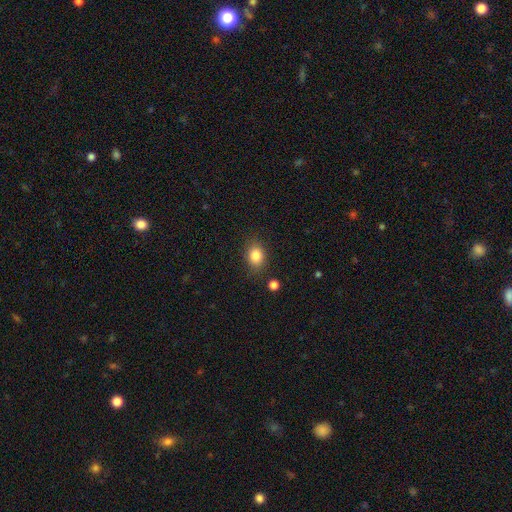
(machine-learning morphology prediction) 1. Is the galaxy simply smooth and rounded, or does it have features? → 83% smooth, 10% star or artifact, 7% featured or disk.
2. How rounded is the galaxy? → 55% in between, 44% round, 1% cigar-shaped.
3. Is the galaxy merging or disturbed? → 82% none, 12% minor disturbance, 3% major disturbance, 3% merger.